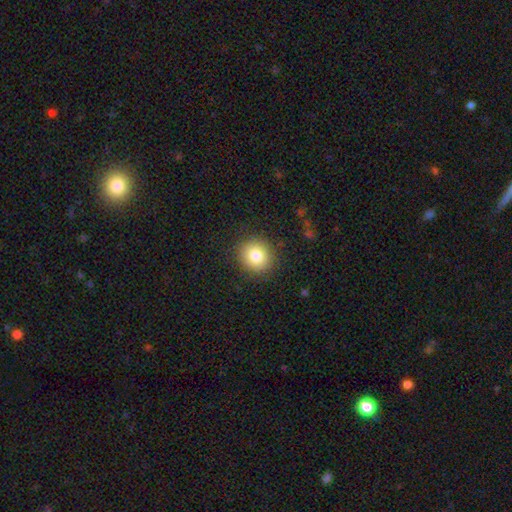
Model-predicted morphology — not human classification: smooth-or-featured: smooth: 83% | star or artifact: 10% | featured or disk: 8%
  how-rounded: round: 88% | in between: 11% | cigar-shaped: 1%
  merging: none: 89% | minor disturbance: 7% | major disturbance: 3% | merger: 1%